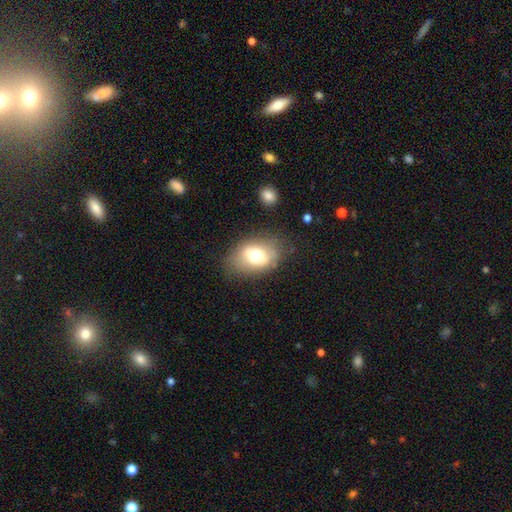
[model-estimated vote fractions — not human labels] A smooth galaxy with no disk features (67%) that is in between round and cigar-shaped (79%).

Vote fractions:
- Smooth or featured? smooth: 67% / featured or disk: 25% / star or artifact: 9%
- How rounded? in between: 79% / round: 19% / cigar-shaped: 1%
- Merging? none: 69% / minor disturbance: 20% / major disturbance: 8% / merger: 3%